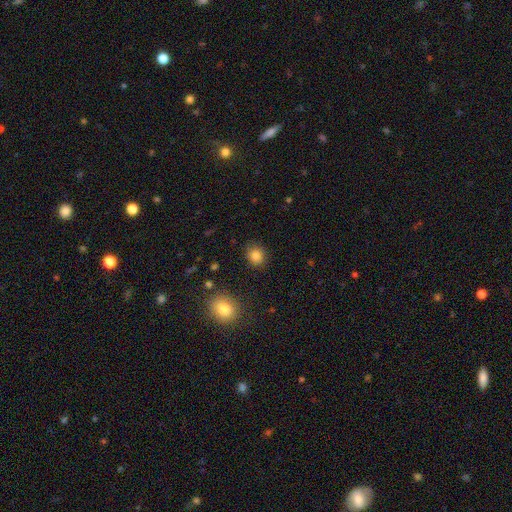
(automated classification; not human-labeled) Morphology: type=smooth (85%); roundness=round (79%); merging=none (87%).